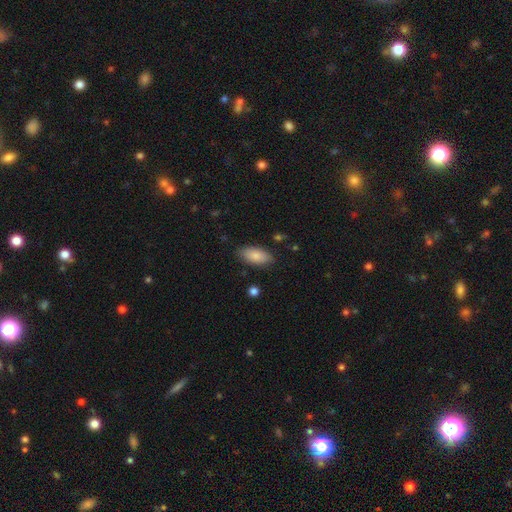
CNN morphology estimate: Smooth or featured?
  - smooth: 84% *
  - featured or disk: 9%
  - star or artifact: 6%
How rounded?
  - in between: 91% *
  - cigar-shaped: 6%
  - round: 3%
Merging?
  - none: 84% *
  - minor disturbance: 12%
  - major disturbance: 3%
  - merger: 2%